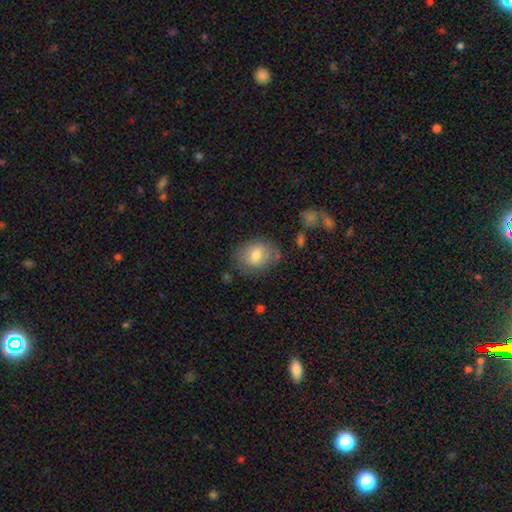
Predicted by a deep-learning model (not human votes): Morphology: type=smooth (72%); roundness=in between (55%); merging=none (73%).